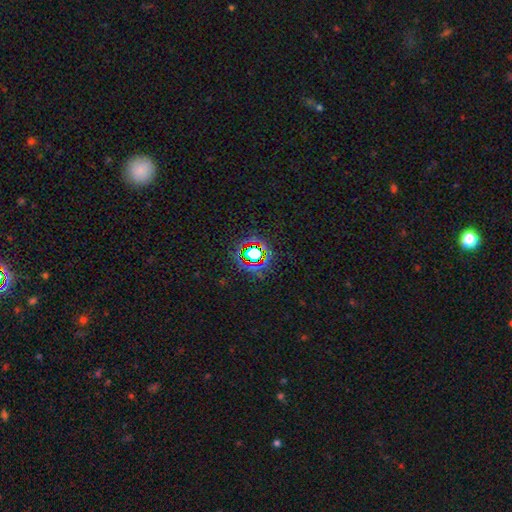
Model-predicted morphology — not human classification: Smooth or featured? star or artifact (71%)